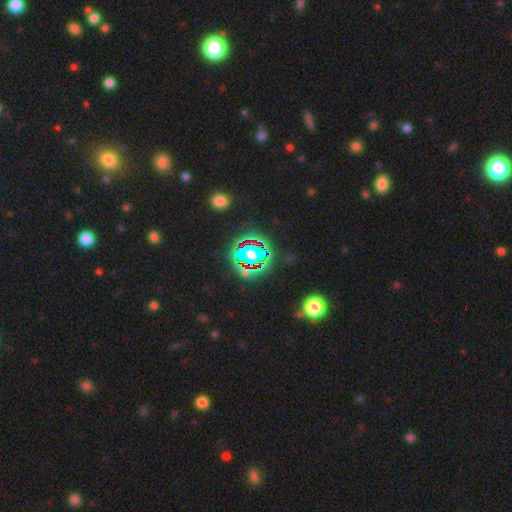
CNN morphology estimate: Overall: star or artifact (78%).